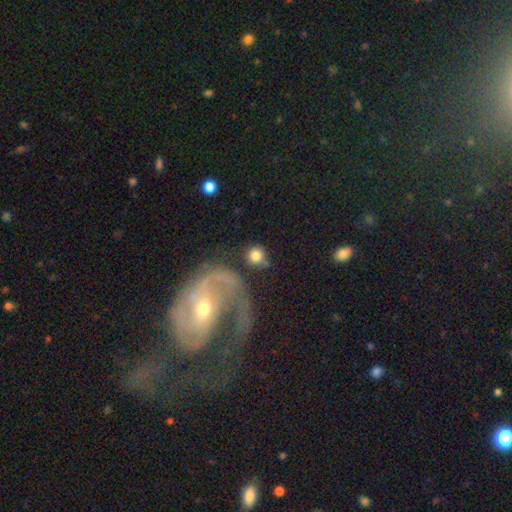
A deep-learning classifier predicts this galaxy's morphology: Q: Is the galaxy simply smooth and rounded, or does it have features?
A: smooth — 74%.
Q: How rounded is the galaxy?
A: round — 89%.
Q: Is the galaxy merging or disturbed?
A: none — 62%.